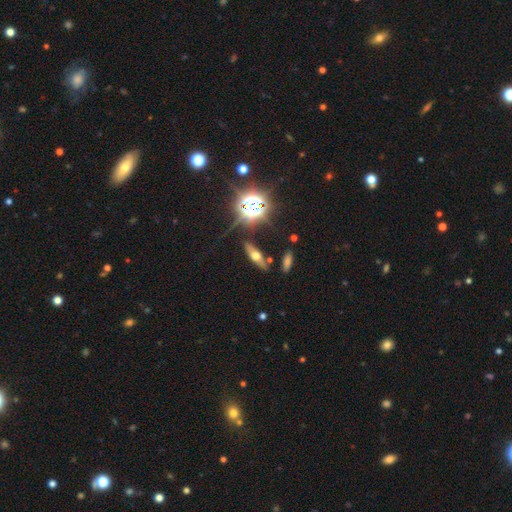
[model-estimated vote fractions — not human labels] smooth-or-featured: featured or disk: 42% | smooth: 35% | star or artifact: 22%
  merging: none: 81% | minor disturbance: 12% | major disturbance: 4% | merger: 4%